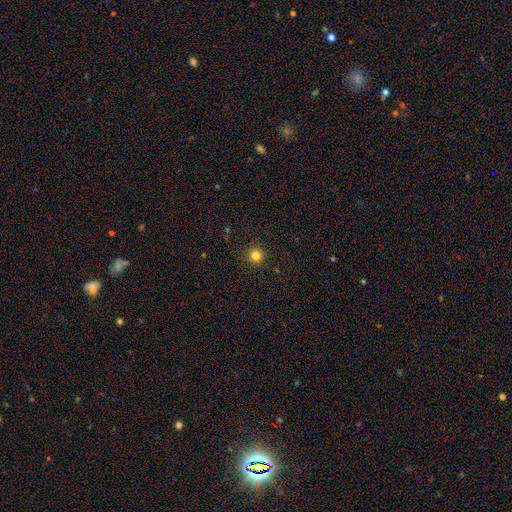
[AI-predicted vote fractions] Smooth or featured? smooth (81%)
How rounded? round (95%)
Merging? none (92%)